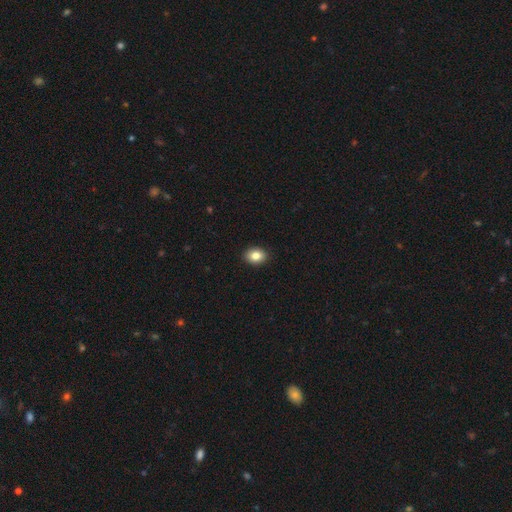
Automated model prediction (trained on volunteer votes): Q: Smooth or featured?
A: smooth (84%); runner-up: star or artifact (9%)
Q: How rounded?
A: in between (60%); runner-up: round (39%)
Q: Merging?
A: none (91%); runner-up: minor disturbance (6%)